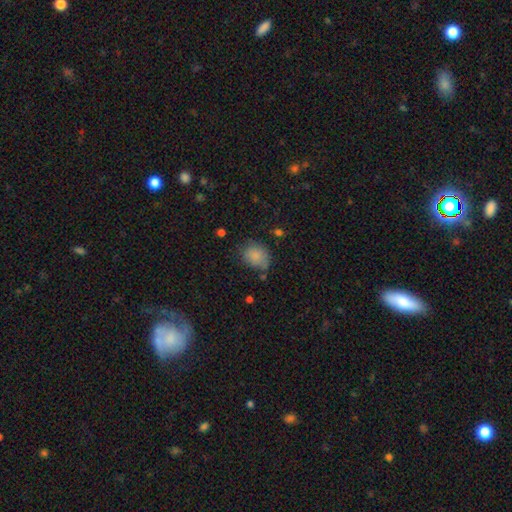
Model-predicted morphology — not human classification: A smooth galaxy with no disk features (82%) that is in between round and cigar-shaped (53%).

Vote fractions:
- Smooth or featured? smooth: 82% / star or artifact: 10% / featured or disk: 8%
- How rounded? in between: 53% / round: 46% / cigar-shaped: 1%
- Merging? none: 62% / minor disturbance: 25% / major disturbance: 7% / merger: 5%